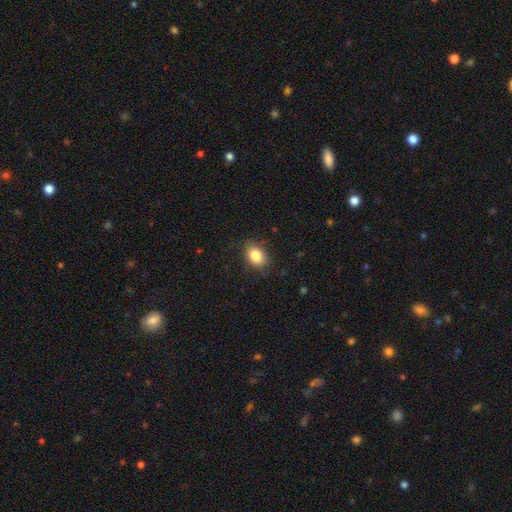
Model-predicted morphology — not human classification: Smooth or featured?
  - smooth: 84% *
  - star or artifact: 8%
  - featured or disk: 7%
How rounded?
  - in between: 78% *
  - round: 21%
  - cigar-shaped: 1%
Merging?
  - none: 82% *
  - minor disturbance: 13%
  - major disturbance: 3%
  - merger: 1%